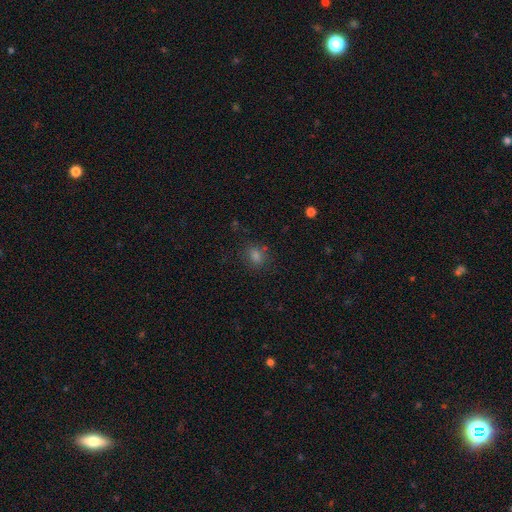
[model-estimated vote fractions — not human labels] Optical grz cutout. It shows a smooth galaxy with no disk features (72%) that is round (60%). Merging: none (81%).